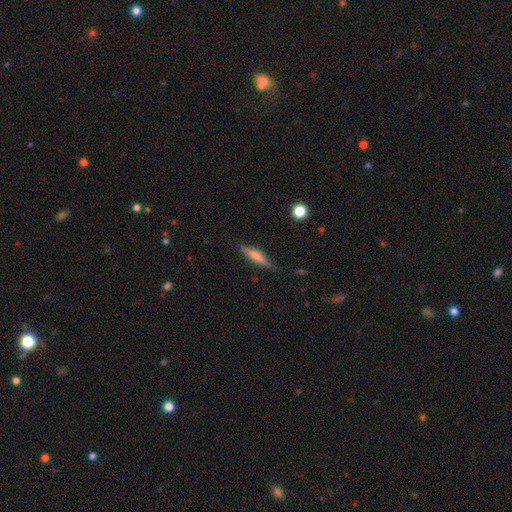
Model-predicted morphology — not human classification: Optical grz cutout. It shows a featured or disk galaxy (50%) viewed edge-on (95%). Merging: none (83%).